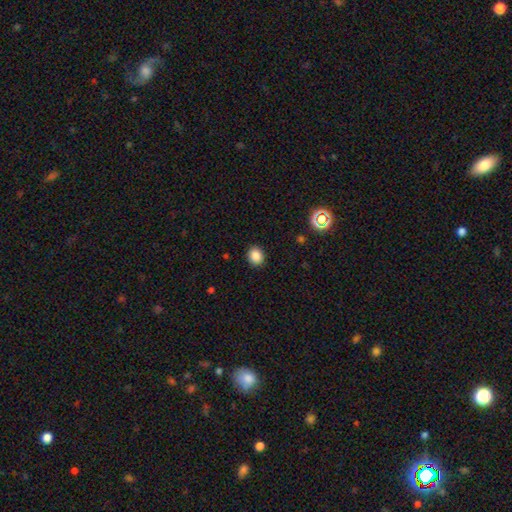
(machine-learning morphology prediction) Smooth or featured: smooth — 85% (star or artifact — 11%)
How rounded: round — 65% (in between — 34%)
Merging: none — 90% (minor disturbance — 7%)